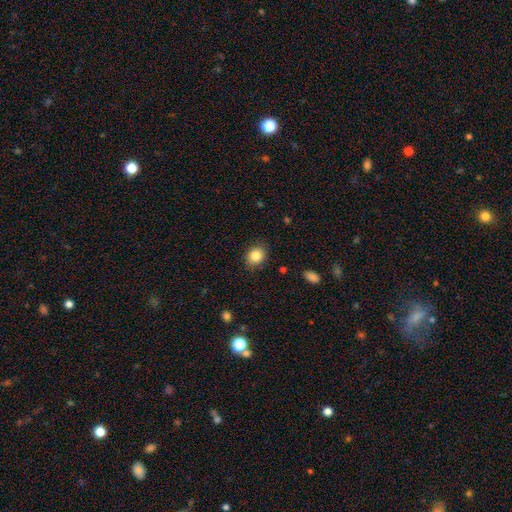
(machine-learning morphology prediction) This appears to be a smooth galaxy with no disk features (84%) that is round (56%). Merging: none (86%).